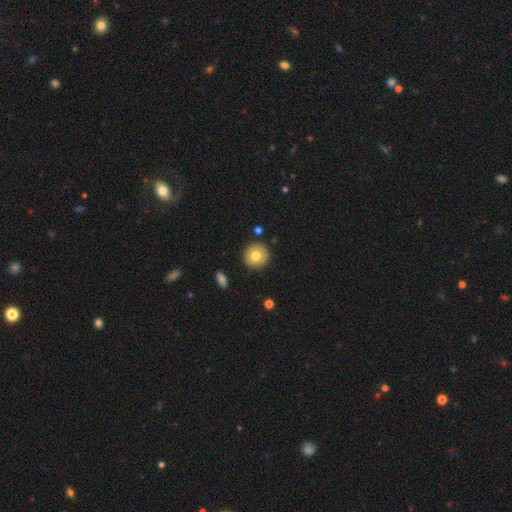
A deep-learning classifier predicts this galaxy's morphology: smooth-or-featured: smooth: 77% | featured or disk: 15% | star or artifact: 8%
  how-rounded: round: 95% | in between: 4% | cigar-shaped: 1%
  merging: none: 90% | minor disturbance: 6% | merger: 2% | major disturbance: 2%